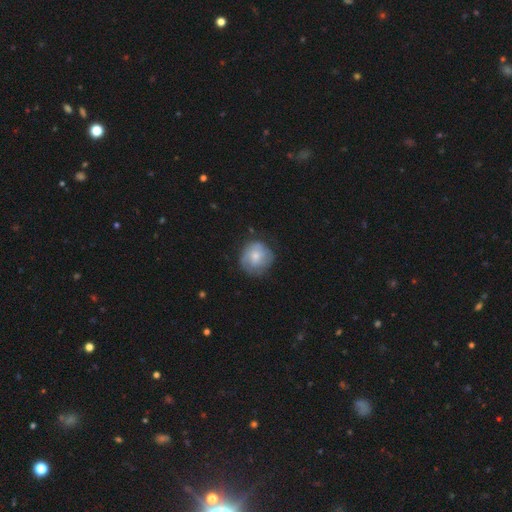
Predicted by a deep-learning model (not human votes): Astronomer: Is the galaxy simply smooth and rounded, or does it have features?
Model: smooth — 52% (runner-up: featured or disk, 41%).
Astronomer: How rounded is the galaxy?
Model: round — 86%.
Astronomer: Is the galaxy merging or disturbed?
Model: none — 67%.